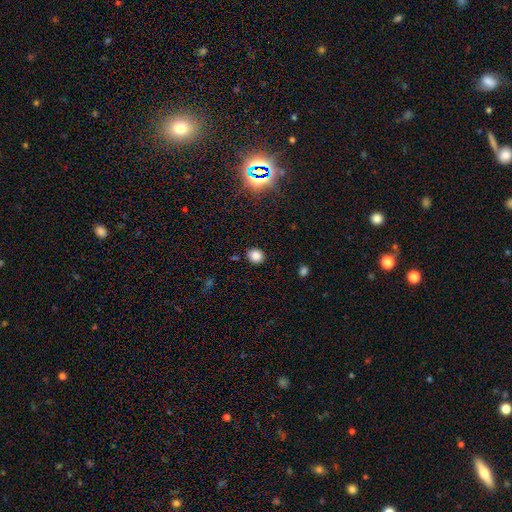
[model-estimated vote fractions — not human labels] The model was most divided on "how rounded": round: 77%, in between: 22%, cigar-shaped: 1%. More confident: merging — none (87%); smooth or featured — smooth (83%).